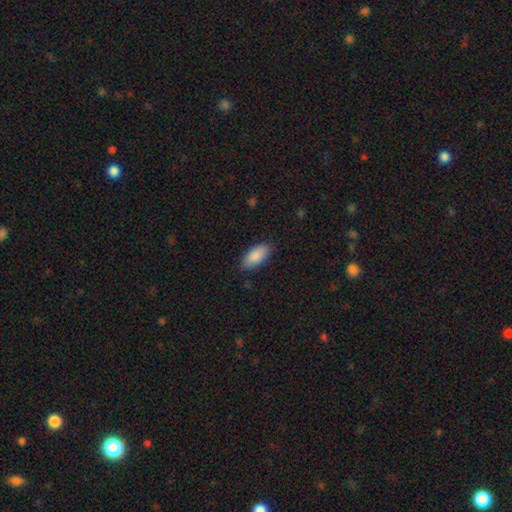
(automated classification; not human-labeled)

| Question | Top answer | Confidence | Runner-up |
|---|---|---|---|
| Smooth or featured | smooth | 89% | star or artifact (6%) |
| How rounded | in between | 90% | cigar-shaped (8%) |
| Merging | none | 84% | minor disturbance (13%) |